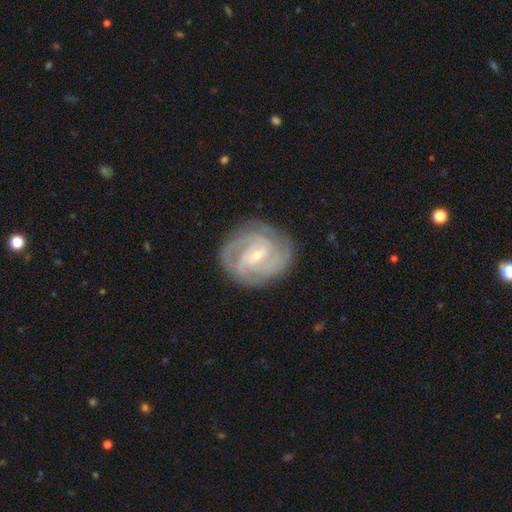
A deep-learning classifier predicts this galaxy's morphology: A featured or disk galaxy (88%) with a weak bar (49%), 3 (29%) tight (69%) spiral arms (97%) and a small central bulge (75%). Merging: none (81%).